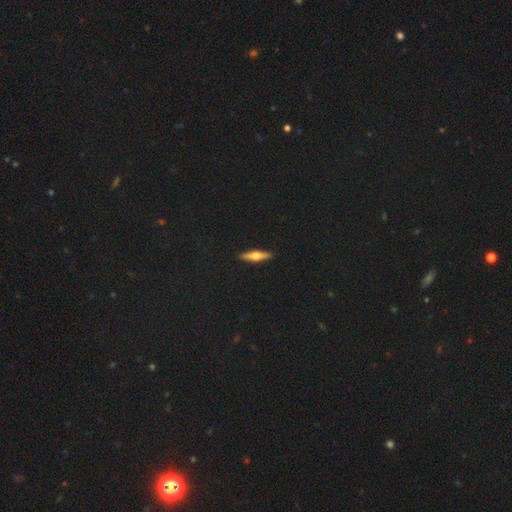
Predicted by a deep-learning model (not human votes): A featured or disk galaxy (52%) viewed edge-on (94%). Merging: none (92%).